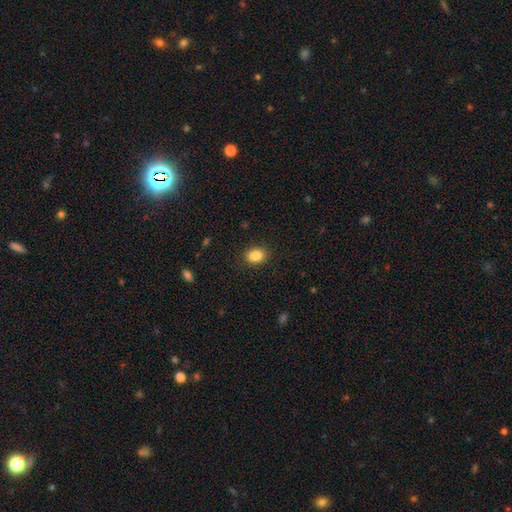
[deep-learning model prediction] The model was most divided on "how rounded": in between: 62%, round: 37%, cigar-shaped: 1%. More confident: merging — none (88%); smooth or featured — smooth (85%).